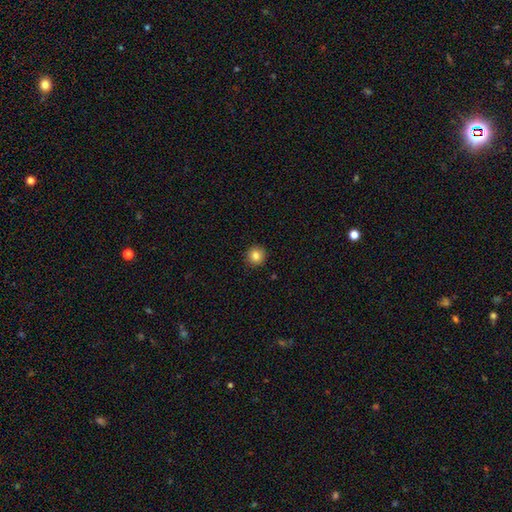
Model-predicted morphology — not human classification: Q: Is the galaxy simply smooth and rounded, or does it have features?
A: smooth — 83%.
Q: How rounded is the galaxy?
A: round — 92%.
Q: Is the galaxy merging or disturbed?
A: none — 91%.